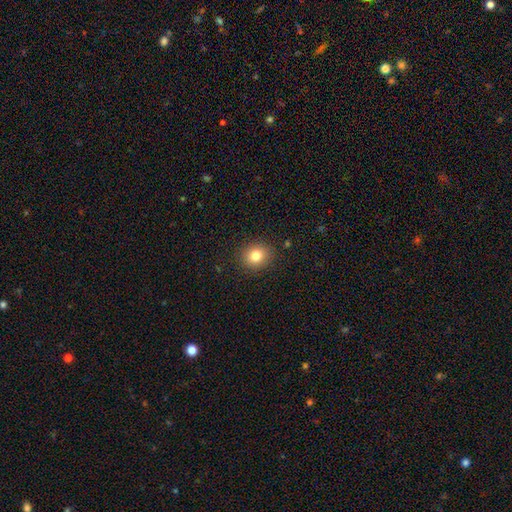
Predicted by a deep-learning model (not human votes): smooth 81%, star or artifact 11%, featured or disk 8%. Down the decision tree: how rounded — round (73%); merging — none (89%).